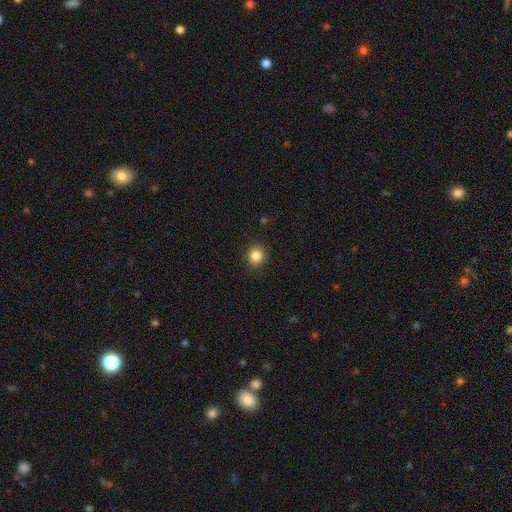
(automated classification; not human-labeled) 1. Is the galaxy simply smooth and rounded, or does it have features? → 85% smooth, 11% star or artifact, 4% featured or disk.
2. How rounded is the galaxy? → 88% round, 11% in between, 1% cigar-shaped.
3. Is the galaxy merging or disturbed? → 89% none, 7% minor disturbance, 2% major disturbance, 1% merger.